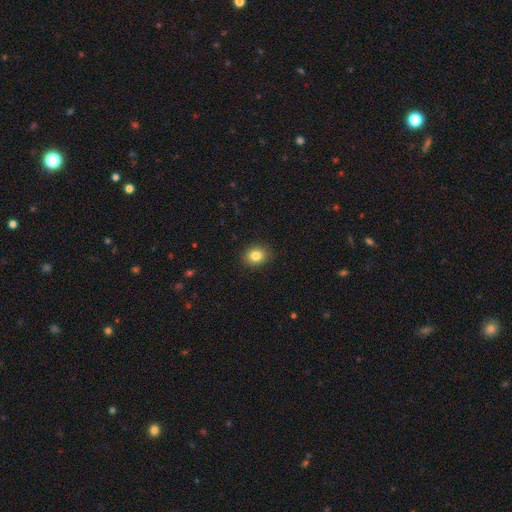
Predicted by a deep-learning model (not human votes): Smooth or featured? Predicted: smooth (p=0.84). How rounded? Predicted: round (p=0.58). Merging? Predicted: none (p=0.90).